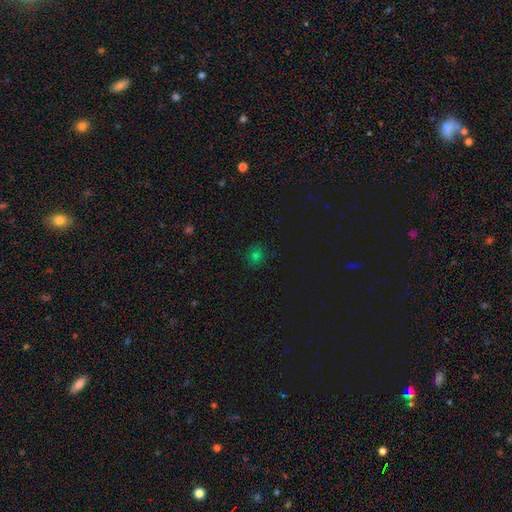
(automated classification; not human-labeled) A smooth galaxy with no disk features (74%) that is round (75%).

Vote fractions:
- Smooth or featured? smooth: 74% / star or artifact: 19% / featured or disk: 7%
- How rounded? round: 75% / in between: 24% / cigar-shaped: 1%
- Merging? none: 85% / minor disturbance: 11% / major disturbance: 3% / merger: 1%